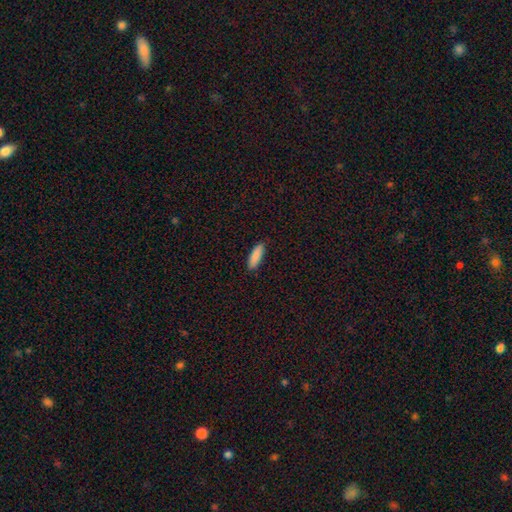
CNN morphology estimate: The model was most divided on "how rounded": in between: 51%, cigar-shaped: 48%, round: 2%. More confident: smooth or featured — smooth (88%); merging — none (88%).